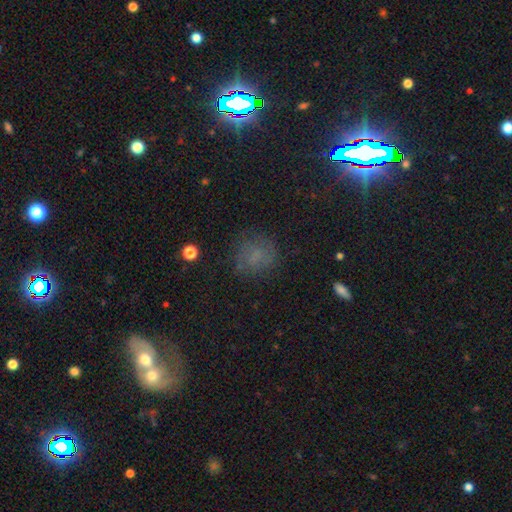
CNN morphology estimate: A smooth galaxy with no disk features (46%). Merging: none (73%).